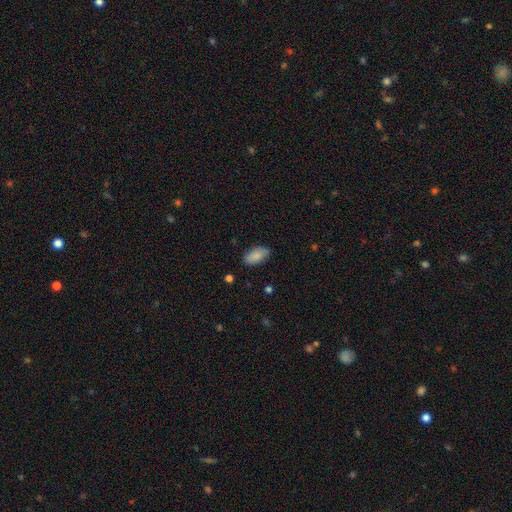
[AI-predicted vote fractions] This is clearly a smooth galaxy (86%). How rounded: clearly in between (93%). Merging: clearly none (85%).